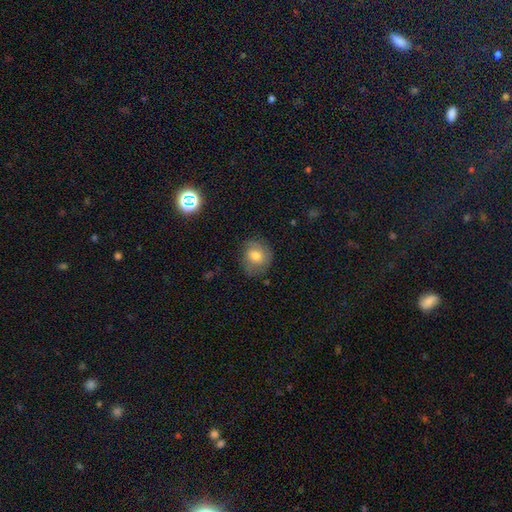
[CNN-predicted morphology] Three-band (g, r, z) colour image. It shows a smooth galaxy with no disk features (63%) that is round (75%). Merging: none (73%).